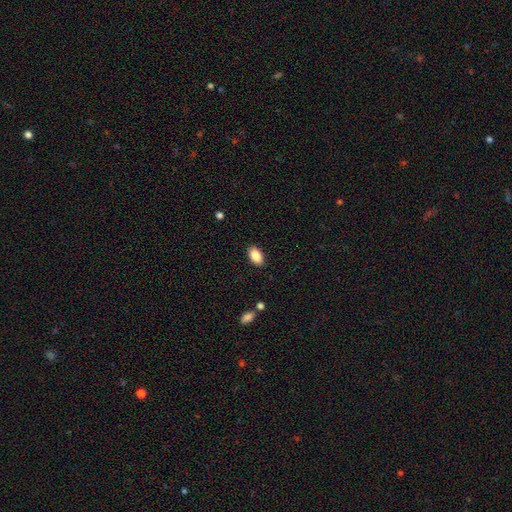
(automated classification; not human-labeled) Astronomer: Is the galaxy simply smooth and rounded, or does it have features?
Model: smooth — 87%.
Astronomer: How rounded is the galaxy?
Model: in between — 94%.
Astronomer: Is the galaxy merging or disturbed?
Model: none — 88%.